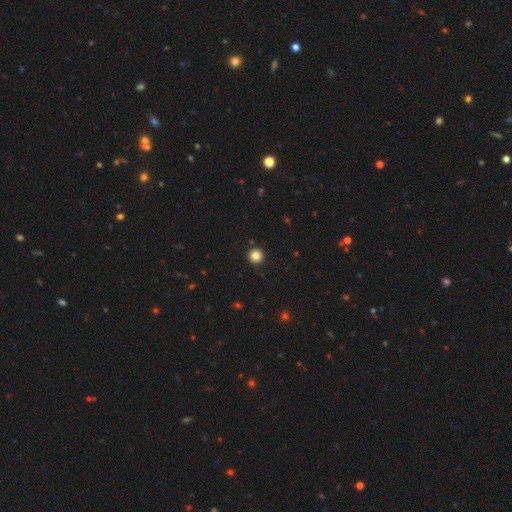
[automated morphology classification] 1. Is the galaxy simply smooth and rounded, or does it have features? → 83% smooth, 12% star or artifact, 5% featured or disk.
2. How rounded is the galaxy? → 96% round, 3% in between, 1% cigar-shaped.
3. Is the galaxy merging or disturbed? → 93% none, 4% minor disturbance, 1% major disturbance, 1% merger.